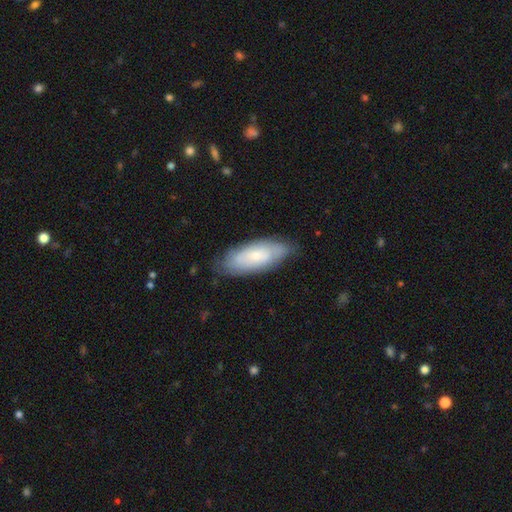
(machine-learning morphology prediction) A smooth galaxy with no disk features (51%) that is in between round and cigar-shaped (77%). Merging: none (78%).